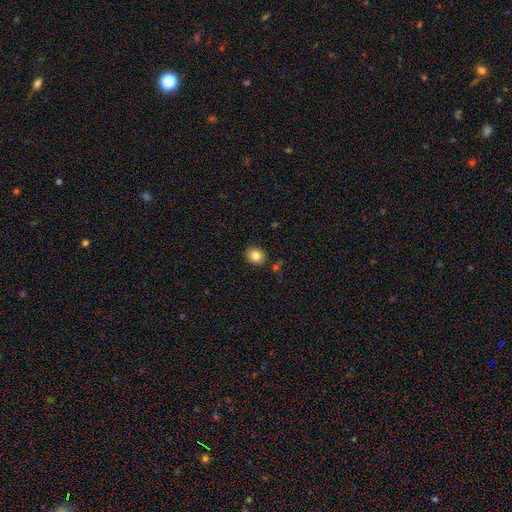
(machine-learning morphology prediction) smooth 82%, star or artifact 10%, featured or disk 8%. Down the decision tree: how rounded — round (64%); merging — none (86%).